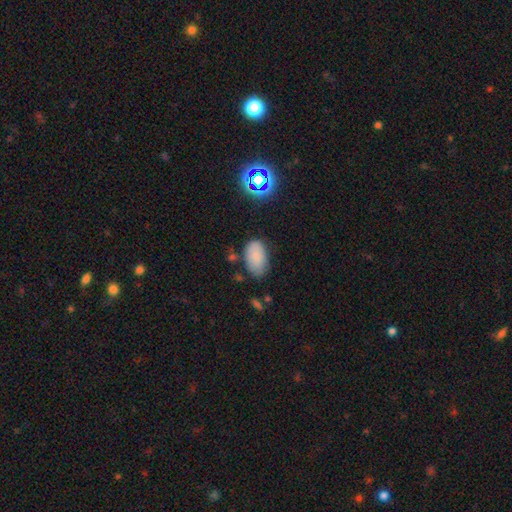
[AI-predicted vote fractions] smooth_or_featured: smooth (p=0.81) [alt: star or artifact p=0.10]
how_rounded: in between (p=0.93) [alt: round p=0.06]
merging: none (p=0.69) [alt: minor disturbance p=0.22]